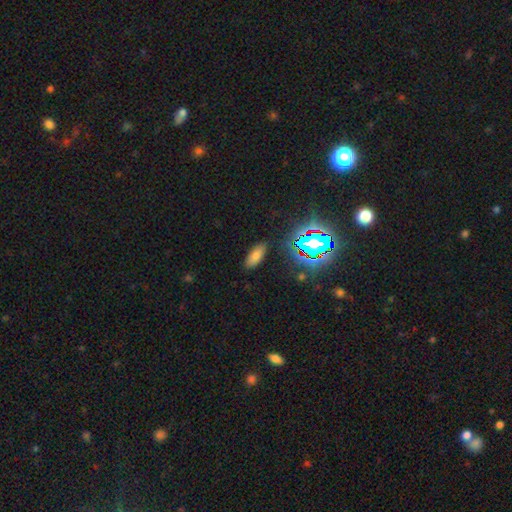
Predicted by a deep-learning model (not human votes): smooth 66%, star or artifact 25%, featured or disk 9%. Down the decision tree: how rounded — in between (80%); merging — none (86%).